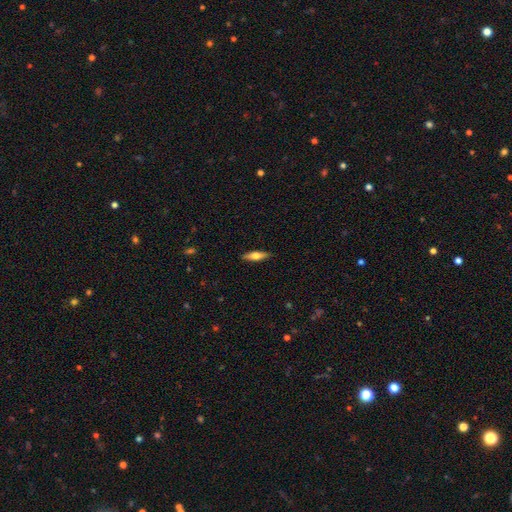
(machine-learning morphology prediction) This appears to be a smooth galaxy with no disk features (57%) that is cigar-shaped (58%). Merging: none (89%).